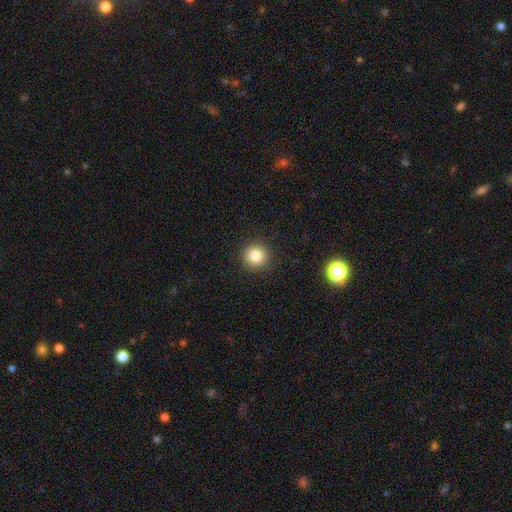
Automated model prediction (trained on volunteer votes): Smooth or featured?
  - smooth: 83% *
  - star or artifact: 11%
  - featured or disk: 6%
How rounded?
  - round: 95% *
  - in between: 4%
  - cigar-shaped: 1%
Merging?
  - none: 92% *
  - minor disturbance: 5%
  - major disturbance: 2%
  - merger: 1%